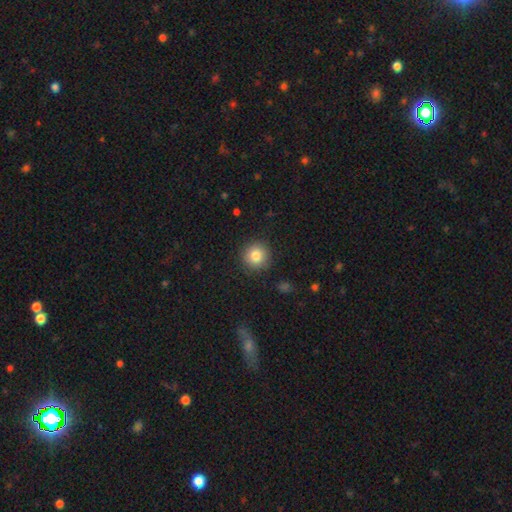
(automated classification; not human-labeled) A smooth galaxy with no disk features (83%) that is round (93%).

Vote fractions:
- Smooth or featured? smooth: 83% / star or artifact: 10% / featured or disk: 7%
- How rounded? round: 93% / in between: 6% / cigar-shaped: 1%
- Merging? none: 90% / minor disturbance: 7% / major disturbance: 2% / merger: 1%